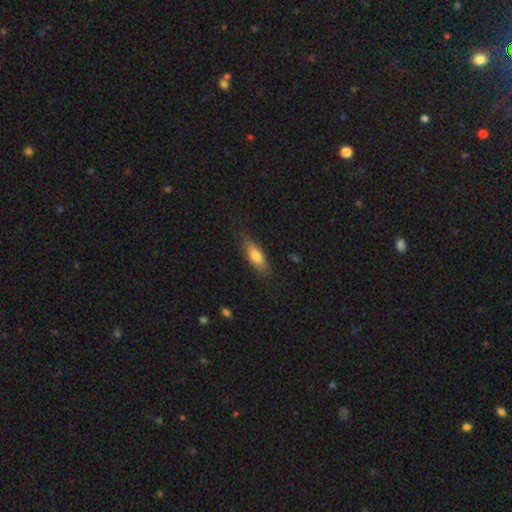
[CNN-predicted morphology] This is likely a smooth galaxy (71%). How rounded: possibly in between (56%). Merging: clearly none (82%).